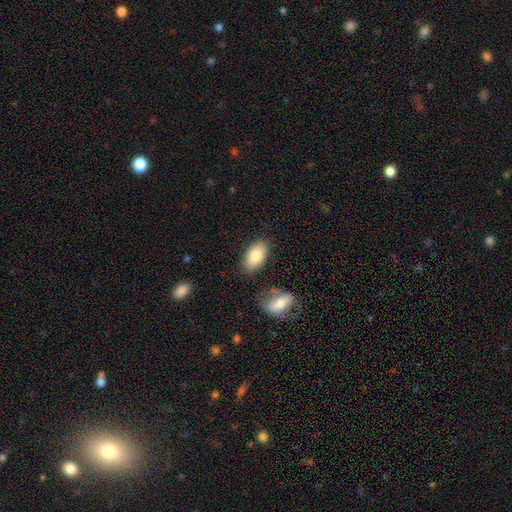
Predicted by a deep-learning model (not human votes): The model was most divided on "merging": none: 80%, minor disturbance: 12%, merger: 5%, major disturbance: 3%. More confident: how rounded — in between (94%); smooth or featured — smooth (82%).